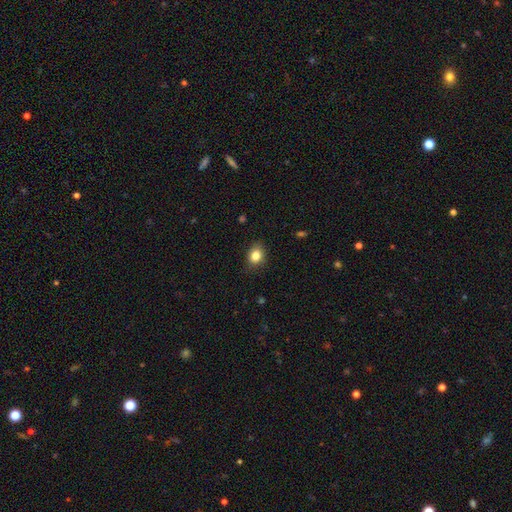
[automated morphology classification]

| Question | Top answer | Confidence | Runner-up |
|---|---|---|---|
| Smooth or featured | smooth | 84% | star or artifact (10%) |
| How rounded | in between | 55% | round (44%) |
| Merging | none | 83% | minor disturbance (13%) |